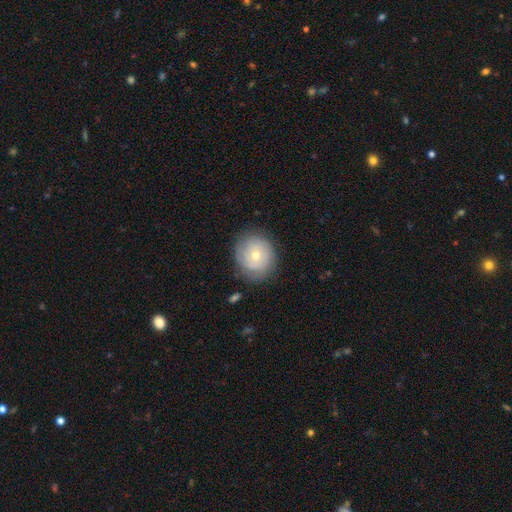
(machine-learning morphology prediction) Smooth or featured? Predicted: featured or disk (p=0.52). Edge-on disk? Predicted: no (p=0.97). Merging? Predicted: none (p=0.79).